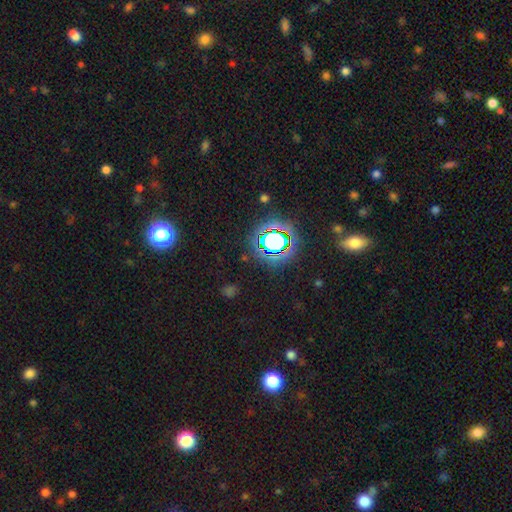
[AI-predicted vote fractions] smooth_or_featured: star or artifact (p=0.79) [alt: smooth p=0.13]